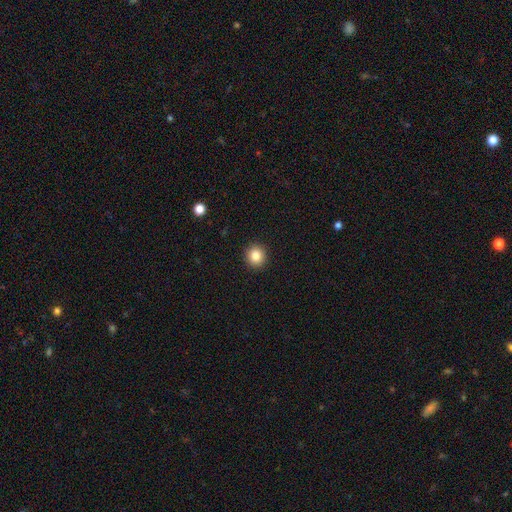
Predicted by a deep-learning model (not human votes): smooth-or-featured: smooth: 84% | star or artifact: 10% | featured or disk: 6%
  how-rounded: round: 93% | in between: 6% | cigar-shaped: 1%
  merging: none: 93% | minor disturbance: 5% | major disturbance: 2% | merger: 1%